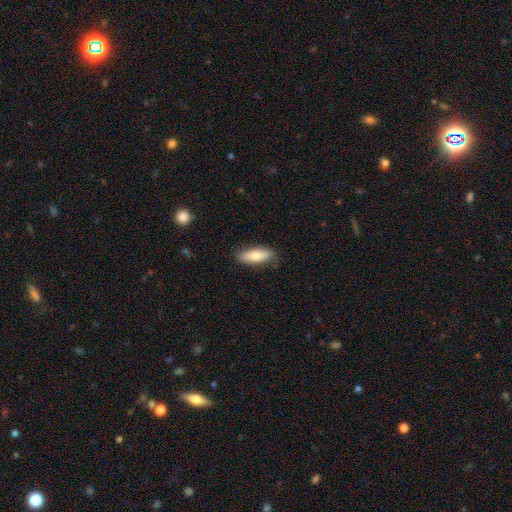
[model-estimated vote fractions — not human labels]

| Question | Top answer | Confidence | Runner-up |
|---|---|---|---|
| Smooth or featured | smooth | 73% | featured or disk (21%) |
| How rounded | in between | 64% | cigar-shaped (34%) |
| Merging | none | 83% | minor disturbance (13%) |